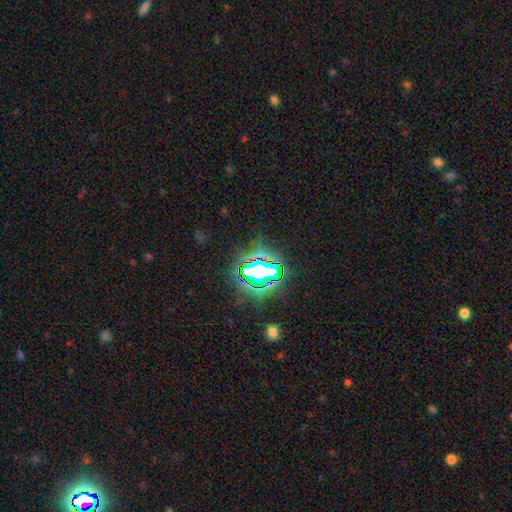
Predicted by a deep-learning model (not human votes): smooth-or-featured: star or artifact: 83% | smooth: 10% | featured or disk: 6%